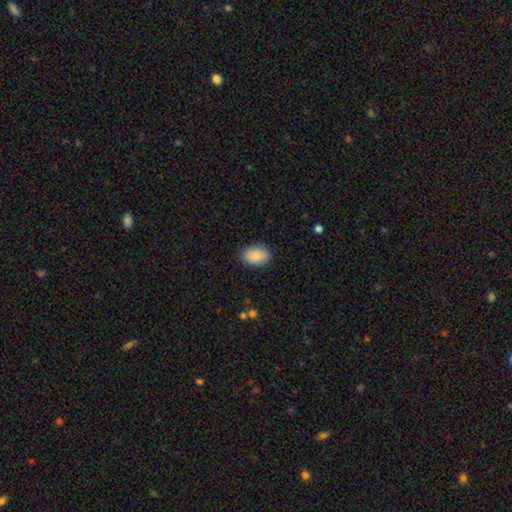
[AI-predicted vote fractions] Smooth or featured: smooth — 90% (star or artifact — 6%)
How rounded: in between — 85% (round — 14%)
Merging: none — 88% (minor disturbance — 9%)